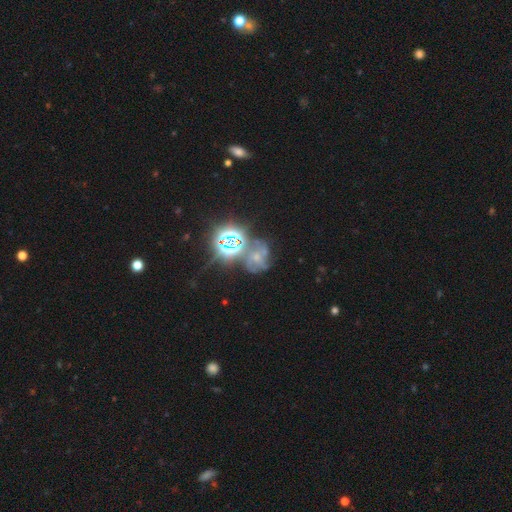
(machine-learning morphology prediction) Smooth or featured?
  - star or artifact: 46% *
  - featured or disk: 39%
  - smooth: 14%